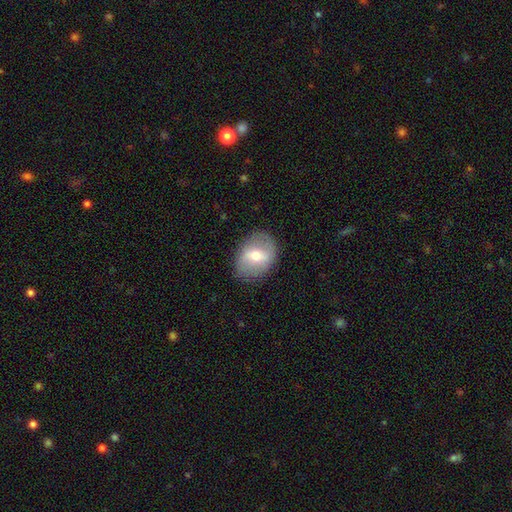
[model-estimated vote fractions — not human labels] Morphology: type=smooth (49%); merging=none (83%).